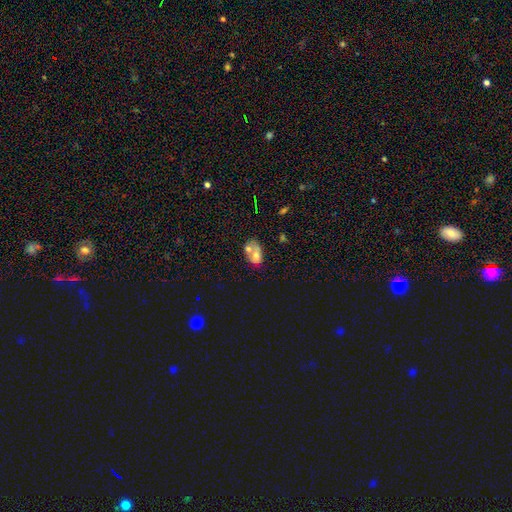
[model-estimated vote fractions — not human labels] A smooth galaxy with no disk features (55%) that is in between round and cigar-shaped (74%).

Vote fractions:
- Smooth or featured? smooth: 55% / featured or disk: 33% / star or artifact: 11%
- How rounded? in between: 74% / round: 25% / cigar-shaped: 2%
- Merging? merger: 58% / none: 22% / minor disturbance: 11% / major disturbance: 9%